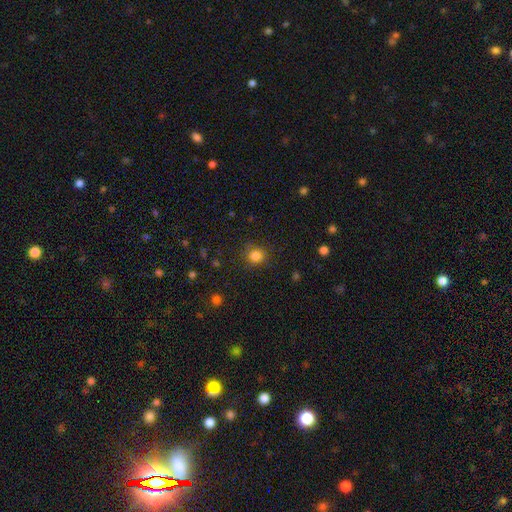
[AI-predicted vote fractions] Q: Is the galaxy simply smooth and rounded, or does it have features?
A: smooth — 82%.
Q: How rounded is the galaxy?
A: round — 87%.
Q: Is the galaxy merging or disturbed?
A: none — 86%.